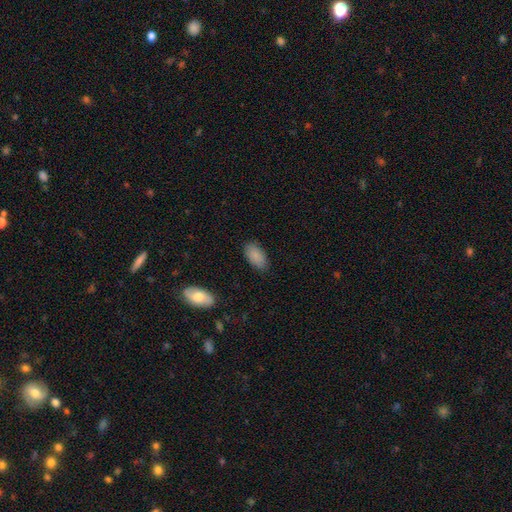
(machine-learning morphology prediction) A smooth galaxy with no disk features (87%) that is in between round and cigar-shaped (94%). Merging: none (84%).